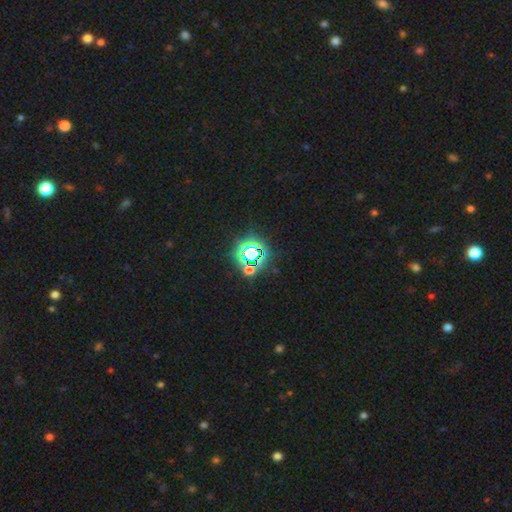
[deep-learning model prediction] Smooth or featured? star or artifact (76%)